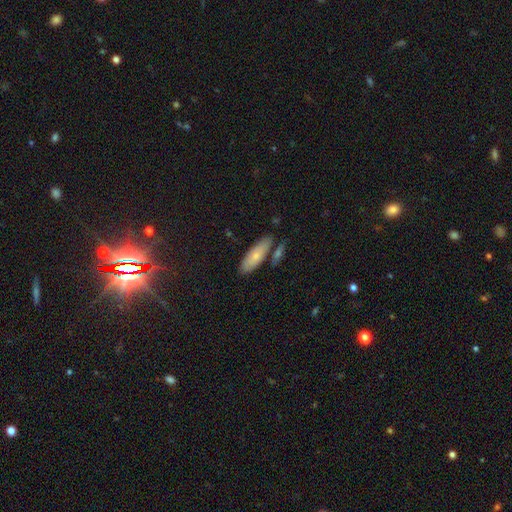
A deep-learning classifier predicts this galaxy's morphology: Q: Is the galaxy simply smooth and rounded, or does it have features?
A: smooth — 73%.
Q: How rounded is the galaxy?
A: in between — 63%.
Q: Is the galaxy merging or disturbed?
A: none — 73%.